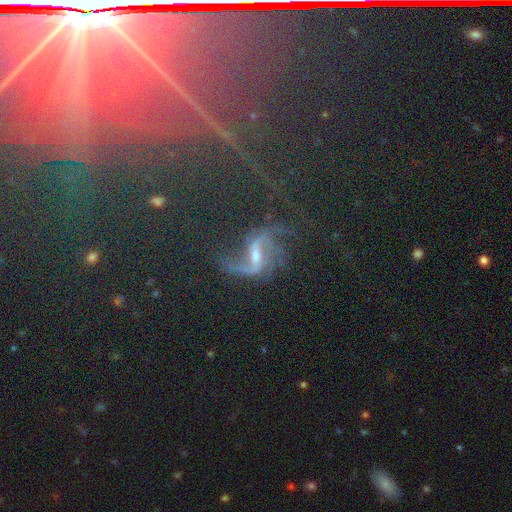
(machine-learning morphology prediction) smooth_or_featured: featured or disk (p=0.81) [alt: star or artifact p=0.13]
disk_edge_on: no (p=0.96) [alt: yes p=0.04]
bar: weak (p=0.45) [alt: strong p=0.37]
has_spiral_arms: yes (p=0.94) [alt: no p=0.06]
spiral_winding: loose (p=0.75) [alt: medium p=0.19]
spiral_arm_count: 2 (p=0.66) [alt: can't tell p=0.09]
bulge_size: small (p=0.53) [alt: moderate p=0.38]
merging: none (p=0.49) [alt: major disturbance p=0.29]